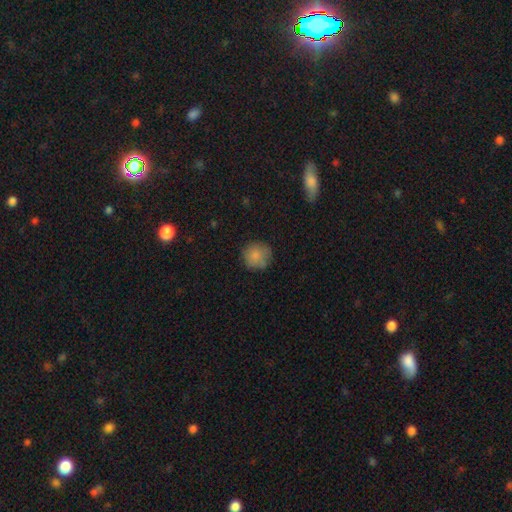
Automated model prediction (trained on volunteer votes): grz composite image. It shows a smooth galaxy with no disk features (81%) that is round (91%). Merging: none (76%).